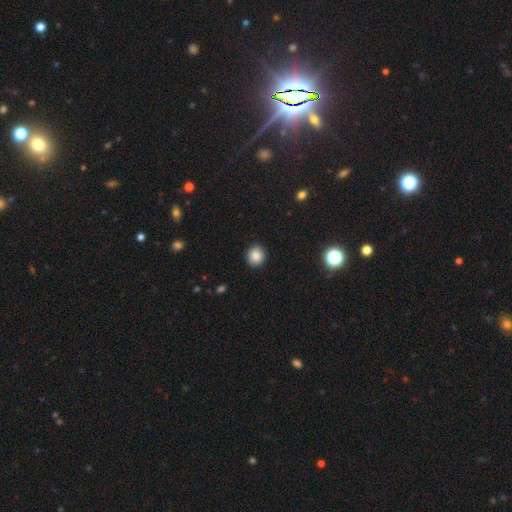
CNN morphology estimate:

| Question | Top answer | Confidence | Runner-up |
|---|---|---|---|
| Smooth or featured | smooth | 85% | star or artifact (10%) |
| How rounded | round | 87% | in between (12%) |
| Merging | none | 91% | minor disturbance (6%) |